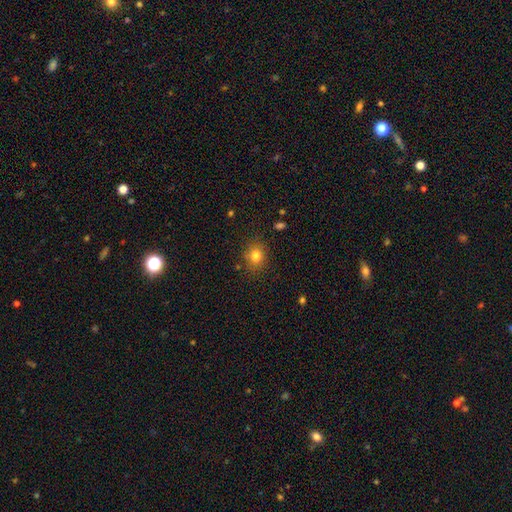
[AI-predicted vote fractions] Q: Smooth or featured?
A: smooth (80%); runner-up: star or artifact (13%)
Q: How rounded?
A: round (67%); runner-up: in between (32%)
Q: Merging?
A: none (83%); runner-up: minor disturbance (12%)